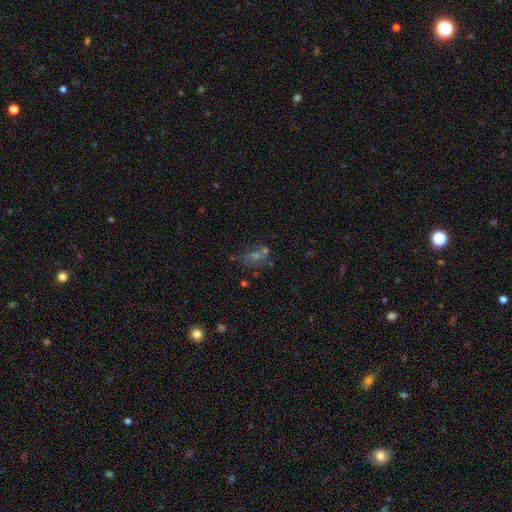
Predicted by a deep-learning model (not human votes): A star or artifact, not a galaxy (37%).